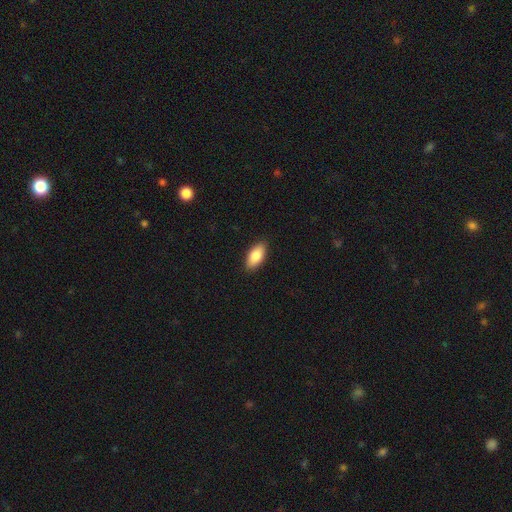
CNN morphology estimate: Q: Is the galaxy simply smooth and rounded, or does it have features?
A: smooth — 85%.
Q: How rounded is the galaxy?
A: in between — 90%.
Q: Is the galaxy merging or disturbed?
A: none — 88%.